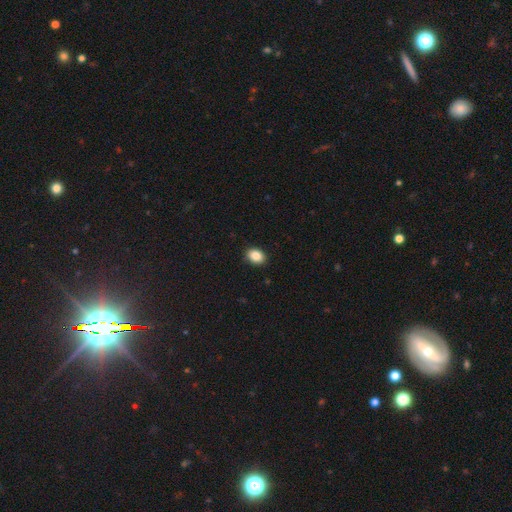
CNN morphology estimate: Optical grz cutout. It shows a smooth galaxy with no disk features (87%) that is in between round and cigar-shaped (72%). Merging: none (90%).